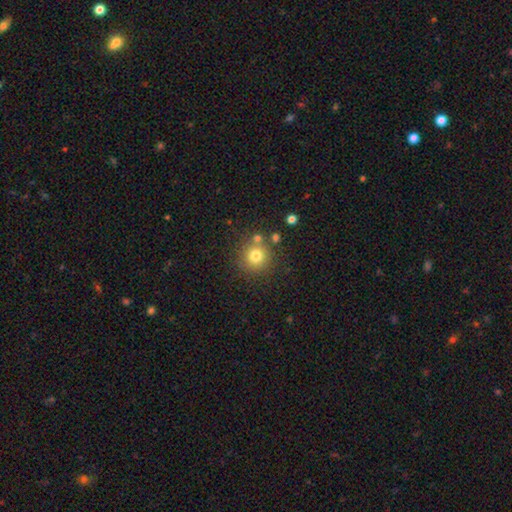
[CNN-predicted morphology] The model was most divided on "smooth or featured": smooth: 77%, star or artifact: 14%, featured or disk: 9%. More confident: how rounded — round (93%); merging — none (77%).